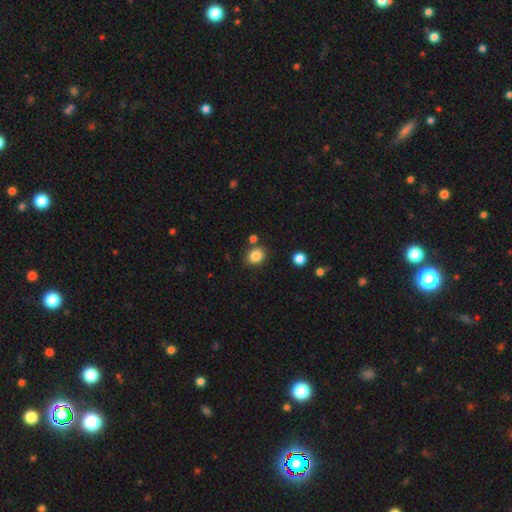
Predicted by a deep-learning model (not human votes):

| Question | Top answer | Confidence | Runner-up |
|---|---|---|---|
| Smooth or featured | smooth | 85% | star or artifact (11%) |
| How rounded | round | 67% | in between (32%) |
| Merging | none | 80% | minor disturbance (10%) |